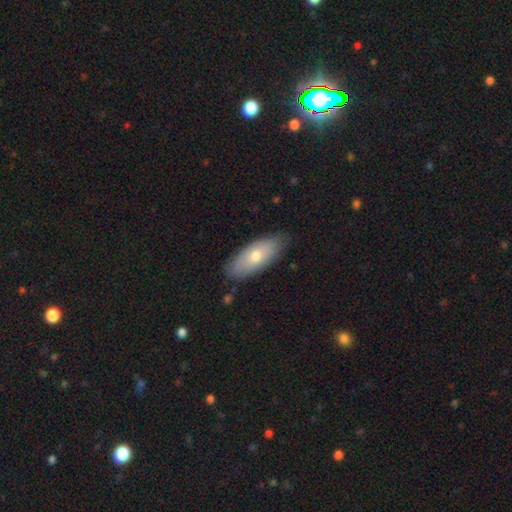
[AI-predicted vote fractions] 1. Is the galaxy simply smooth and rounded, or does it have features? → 65% smooth, 29% featured or disk, 6% star or artifact.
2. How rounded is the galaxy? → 80% in between, 17% cigar-shaped, 3% round.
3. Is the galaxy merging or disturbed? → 83% none, 14% minor disturbance, 2% major disturbance, 1% merger.